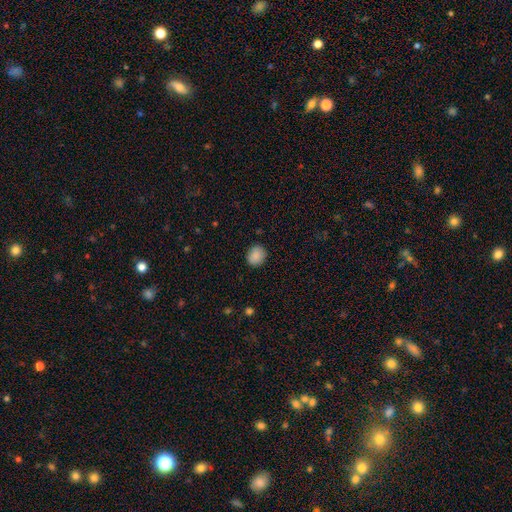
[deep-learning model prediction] This is clearly a smooth galaxy (89%). How rounded: likely round (69%). Merging: clearly none (88%).